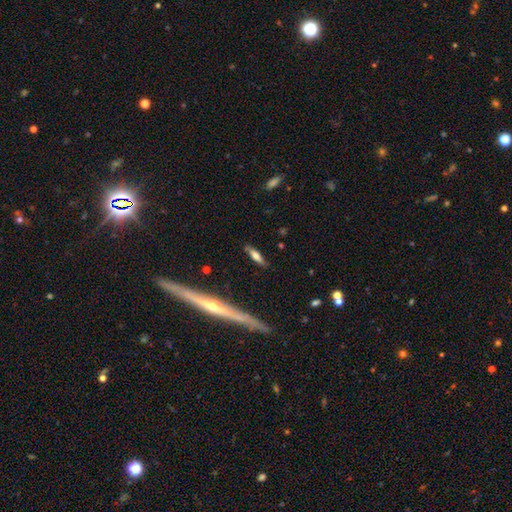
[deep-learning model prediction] smooth 60%, featured or disk 32%, star or artifact 8%. Down the decision tree: how rounded — cigar-shaped (53%); merging — none (82%).